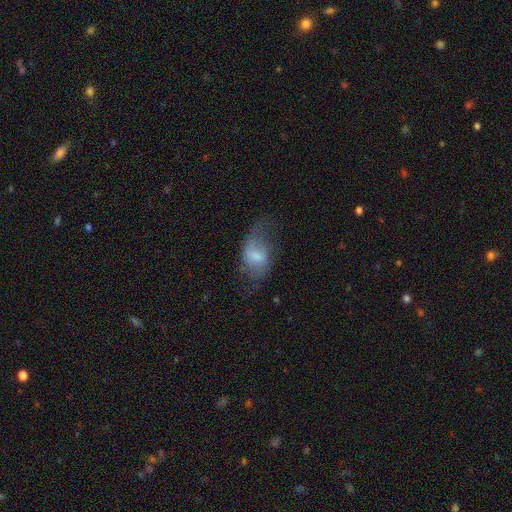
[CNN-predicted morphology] featured or disk 60%, smooth 32%, star or artifact 8%. Down the decision tree: edge-on disk — no (95%); bar — weak (51%); spiral arms — yes (83%); bulge size — moderate (43%); merging — none (55%).